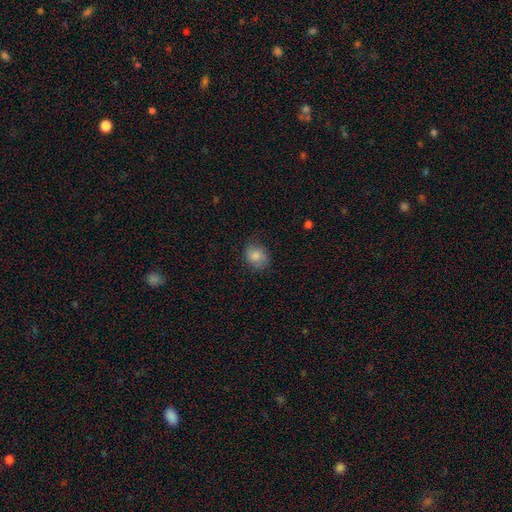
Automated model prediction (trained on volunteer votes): This appears to be a smooth galaxy with no disk features (78%) that is round (60%). Merging: none (73%).